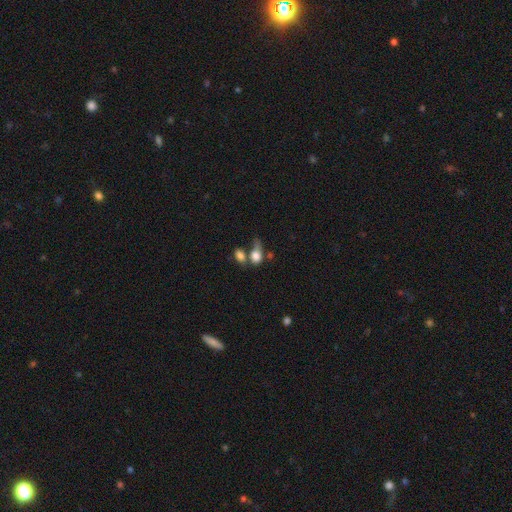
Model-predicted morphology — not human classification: Smooth or featured? smooth (78%)
How rounded? in between (70%)
Merging? merger (47%)